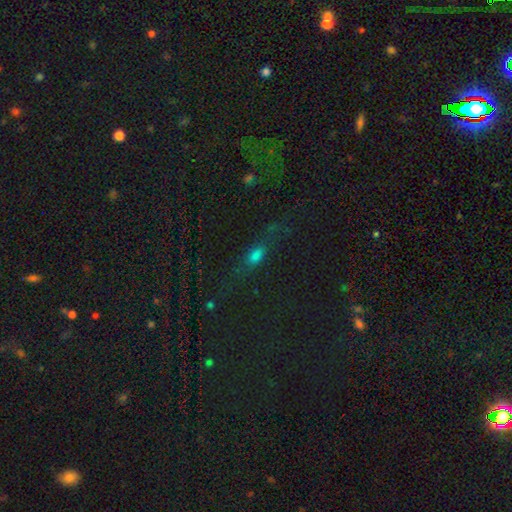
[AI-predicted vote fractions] Smooth or featured? Predicted: smooth (p=0.63). How rounded? Predicted: in between (p=0.64). Merging? Predicted: none (p=0.61).